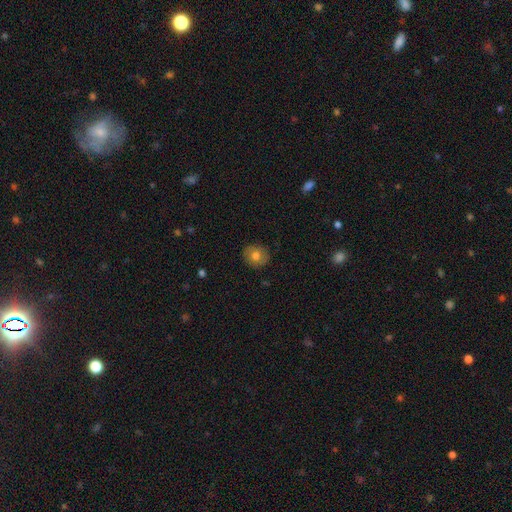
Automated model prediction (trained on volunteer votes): Smooth or featured?
  - smooth: 74% *
  - featured or disk: 16%
  - star or artifact: 9%
How rounded?
  - round: 81% *
  - in between: 18%
  - cigar-shaped: 1%
Merging?
  - none: 87% *
  - minor disturbance: 10%
  - major disturbance: 2%
  - merger: 1%